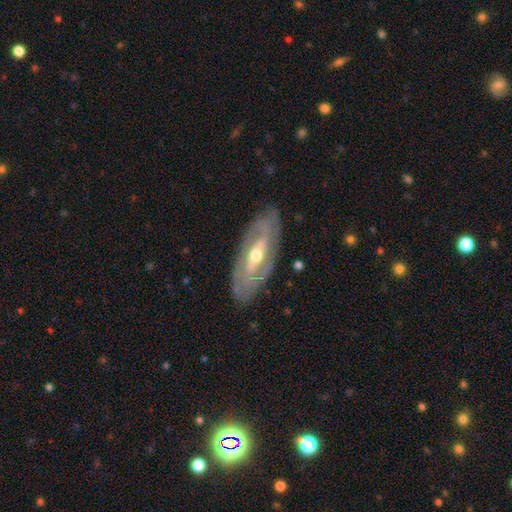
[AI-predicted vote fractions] Morphology: type=featured or disk (81%); edge-on=no (83%); bar=no (35%); spiral arms=yes (76%); winding=tight (54%); arm count=2 (60%); bulge=moderate (66%); merging=none (83%).